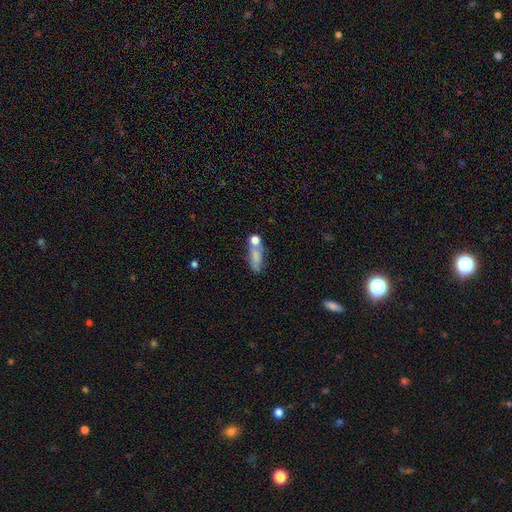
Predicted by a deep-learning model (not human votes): This appears to be a smooth galaxy with no disk features (70%) that is in between round and cigar-shaped (63%). Merging: none (38%).